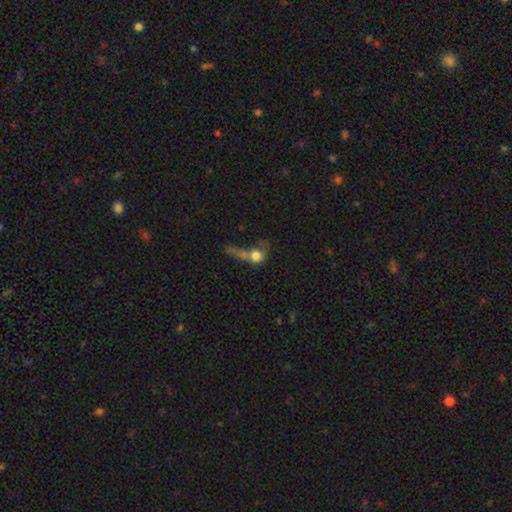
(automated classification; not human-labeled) Overall: smooth (66%). How rounded: round (57%; in between 36%). Merging: merger (42%; major disturbance 32%).